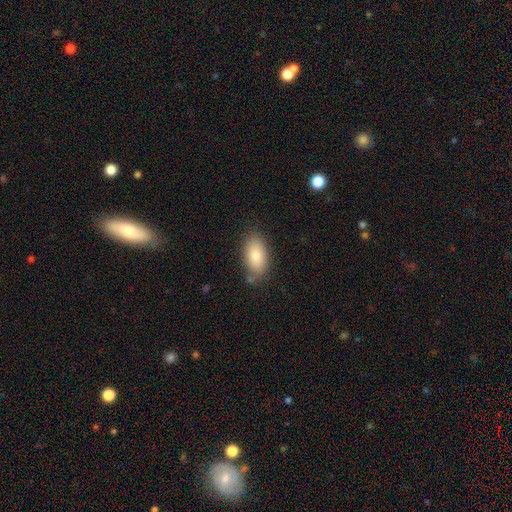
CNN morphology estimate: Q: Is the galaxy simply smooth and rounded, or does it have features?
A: smooth — 81%.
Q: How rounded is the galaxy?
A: in between — 93%.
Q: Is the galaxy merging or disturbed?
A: none — 77%.